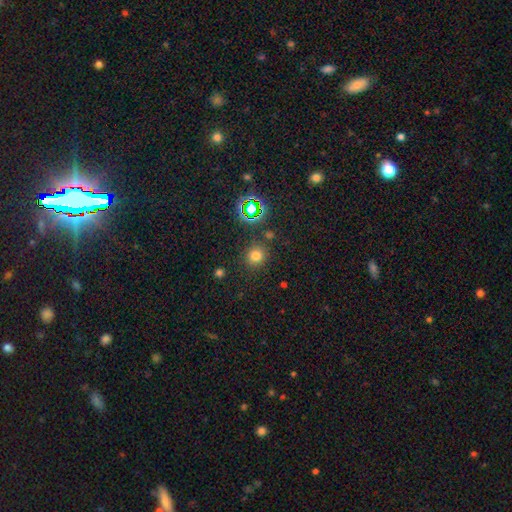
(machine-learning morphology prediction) Smooth or featured? smooth (72%)
How rounded? round (89%)
Merging? none (84%)